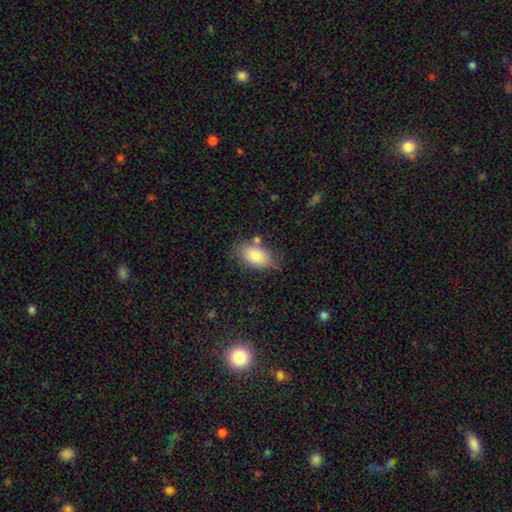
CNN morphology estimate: Smooth or featured?
  - smooth: 83% *
  - featured or disk: 10%
  - star or artifact: 8%
How rounded?
  - in between: 90% *
  - round: 6%
  - cigar-shaped: 4%
Merging?
  - none: 65% *
  - minor disturbance: 22%
  - merger: 7%
  - major disturbance: 6%